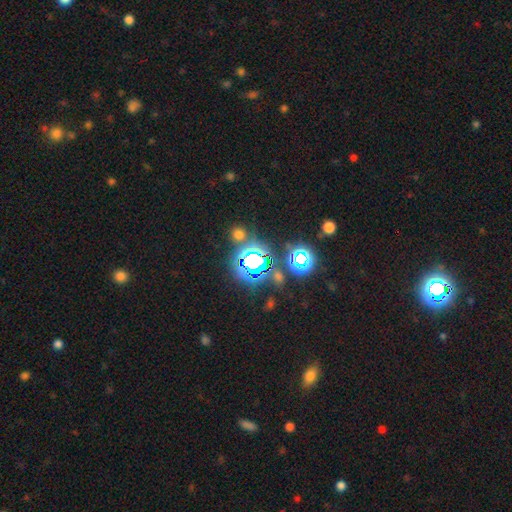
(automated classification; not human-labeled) This is likely a star or artifact rather than a galaxy (70%).